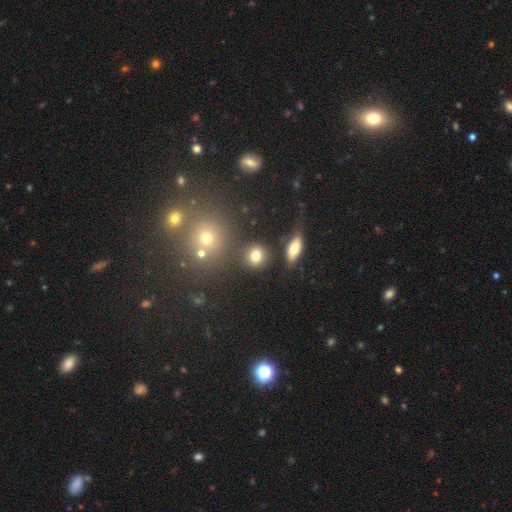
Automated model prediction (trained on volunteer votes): Smooth or featured? Predicted: smooth (p=0.78). How rounded? Predicted: round (p=0.82). Merging? Predicted: none (p=0.78).